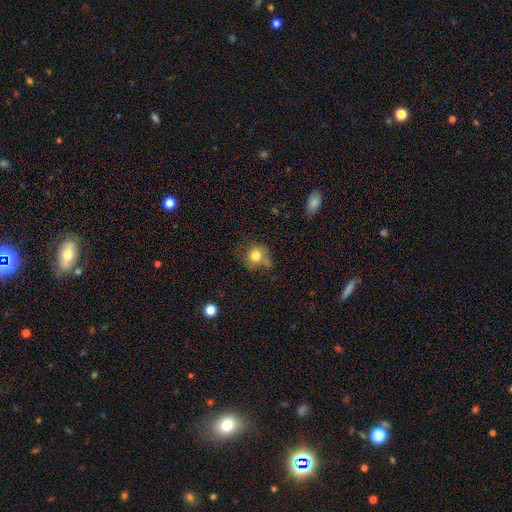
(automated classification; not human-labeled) smooth 79%, star or artifact 11%, featured or disk 10%. Down the decision tree: how rounded — round (85%); merging — none (62%).